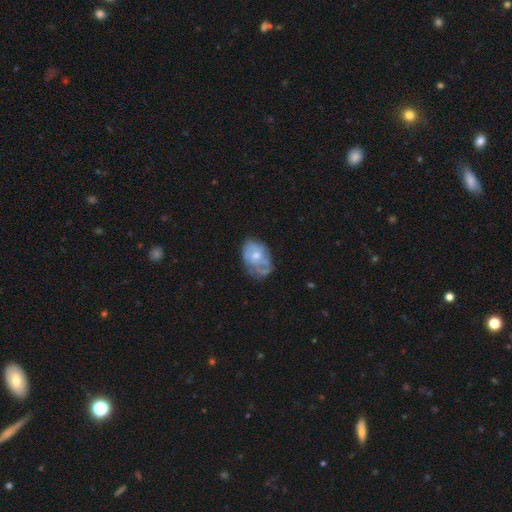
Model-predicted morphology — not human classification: A featured or disk galaxy (56%) with no bar (78%), no spiral arms (53%) and a moderate central bulge (60%).

Vote fractions:
- Smooth or featured? featured or disk: 56% / smooth: 37% / star or artifact: 7%
- Edge-on disk? no: 96% / yes: 4%
- Bar? no: 78% / weak: 19% / strong: 3%
- Spiral arms? no: 53% / yes: 47%
- Bulge size? moderate: 60% / small: 31% / large: 5% / none: 3% / dominant: 1%
- Merging? none: 46% / minor disturbance: 33% / major disturbance: 18% / merger: 3%